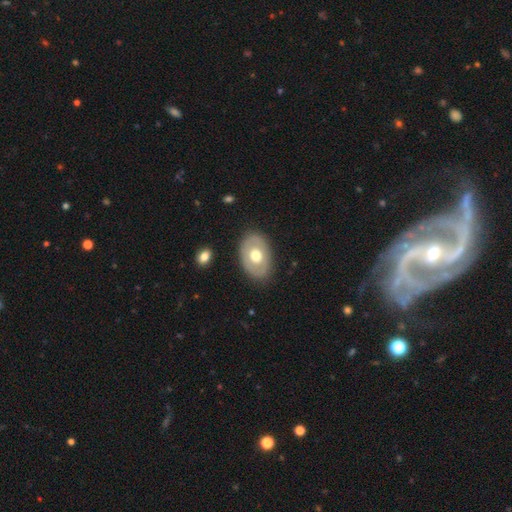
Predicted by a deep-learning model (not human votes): Smooth or featured?
  - smooth: 51% *
  - featured or disk: 44%
  - star or artifact: 5%
How rounded?
  - in between: 79% *
  - round: 20%
  - cigar-shaped: 1%
Merging?
  - none: 84% *
  - minor disturbance: 11%
  - major disturbance: 3%
  - merger: 1%